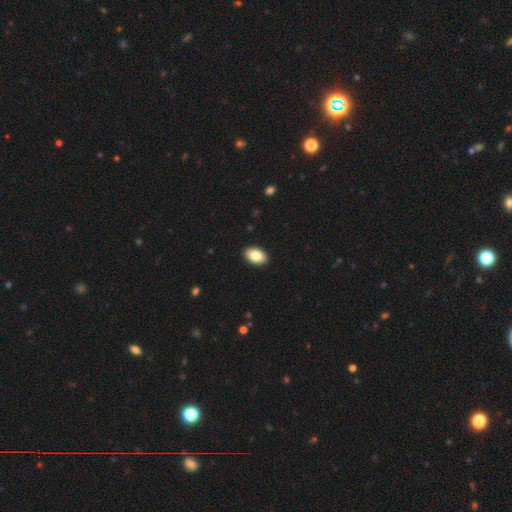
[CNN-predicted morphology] smooth 84%, featured or disk 9%, star or artifact 7%. Down the decision tree: how rounded — in between (90%); merging — none (91%).